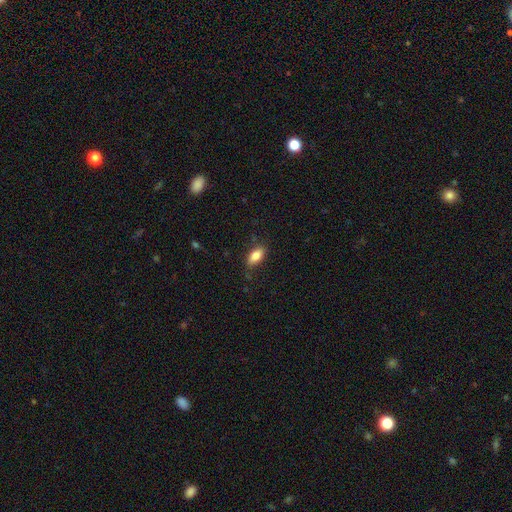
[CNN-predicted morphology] smooth_or_featured: smooth (p=0.83) [alt: featured or disk p=0.09]
how_rounded: in between (p=0.87) [alt: cigar-shaped p=0.09]
merging: none (p=0.77) [alt: minor disturbance p=0.17]